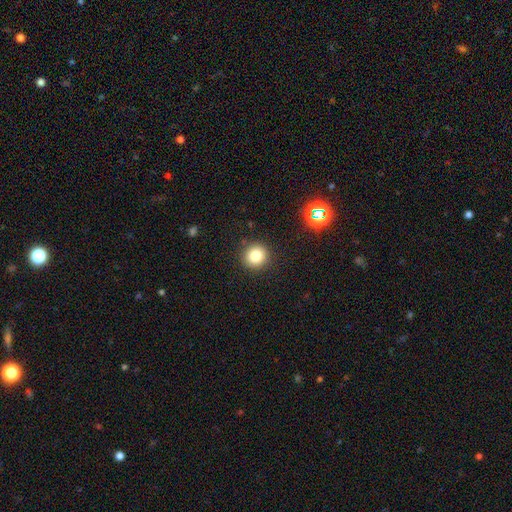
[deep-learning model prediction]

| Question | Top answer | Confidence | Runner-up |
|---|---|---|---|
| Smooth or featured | smooth | 81% | star or artifact (13%) |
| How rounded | round | 93% | in between (6%) |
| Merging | none | 90% | minor disturbance (7%) |